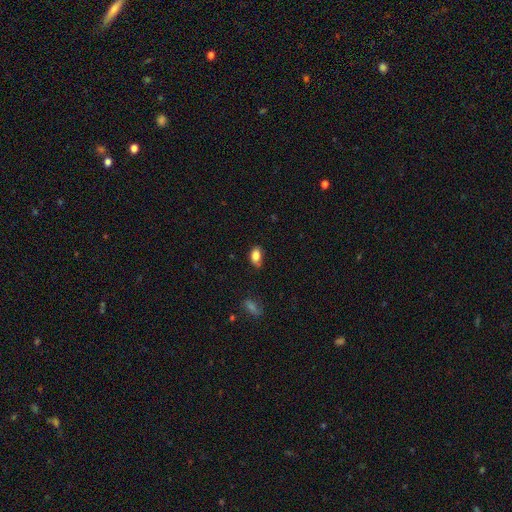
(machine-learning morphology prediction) Smooth or featured? smooth (85%)
How rounded? in between (89%)
Merging? none (62%)